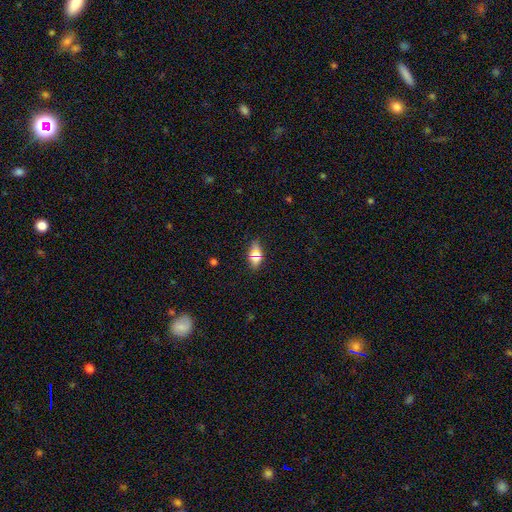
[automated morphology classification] A smooth galaxy with no disk features (69%) that is in between round and cigar-shaped (80%).

Vote fractions:
- Smooth or featured? smooth: 69% / star or artifact: 19% / featured or disk: 12%
- How rounded? in between: 80% / round: 11% / cigar-shaped: 9%
- Merging? none: 84% / minor disturbance: 10% / major disturbance: 3% / merger: 3%